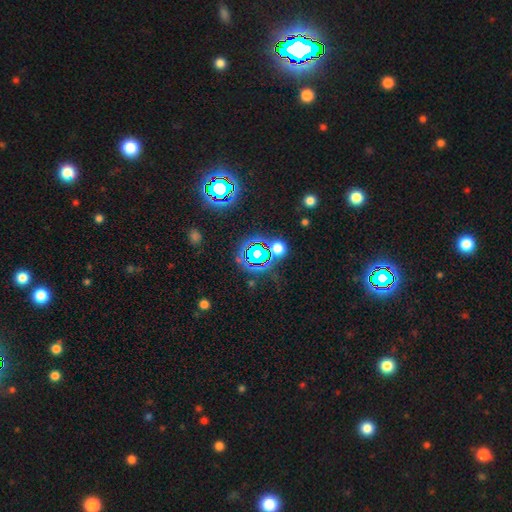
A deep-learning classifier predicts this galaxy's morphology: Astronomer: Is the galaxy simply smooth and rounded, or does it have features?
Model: star or artifact — 72%.